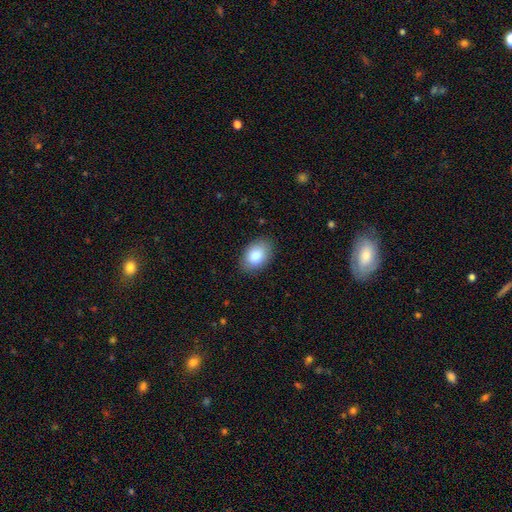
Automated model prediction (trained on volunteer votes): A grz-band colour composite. It shows a smooth galaxy with no disk features (86%) that is in between round and cigar-shaped (86%). Merging: none (85%).